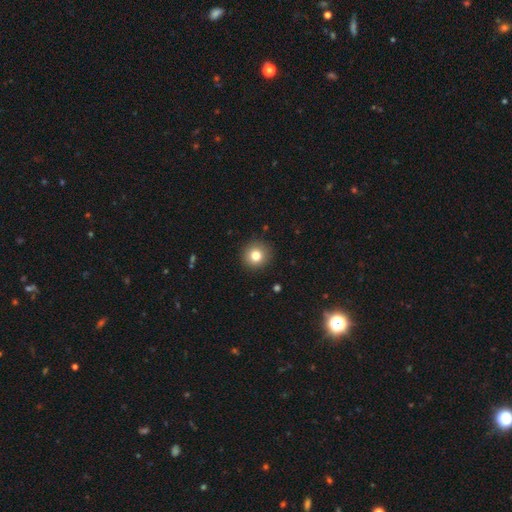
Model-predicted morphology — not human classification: Overall: smooth (81%). How rounded: round (93%). Merging: none (91%).